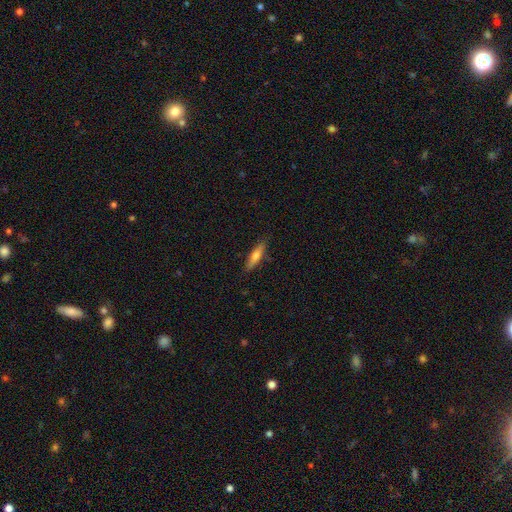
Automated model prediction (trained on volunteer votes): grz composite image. It shows a smooth galaxy with no disk features (66%) that is cigar-shaped (74%). Merging: none (85%).